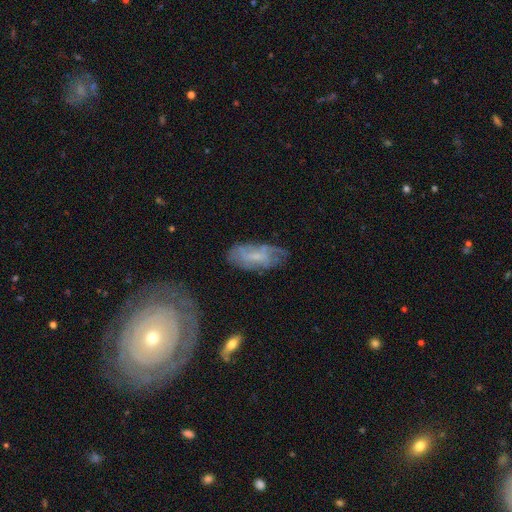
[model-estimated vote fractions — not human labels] Smooth or featured: featured or disk — 54% (smooth — 37%)
Edge-on disk: no — 89% (yes — 11%)
Merging: none — 64% (minor disturbance — 24%)